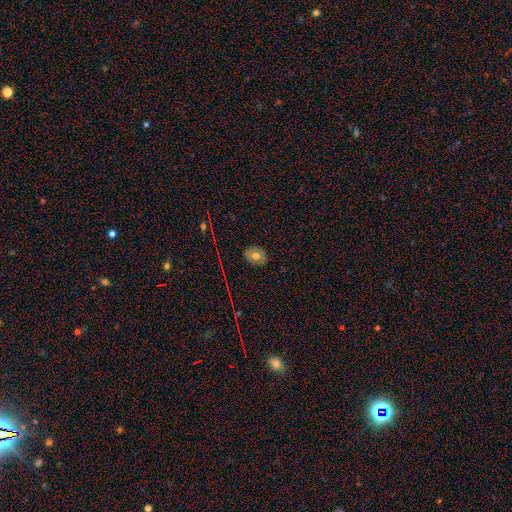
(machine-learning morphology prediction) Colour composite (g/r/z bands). It shows a smooth galaxy with no disk features (59%) that is in between round and cigar-shaped (67%). Merging: none (85%).